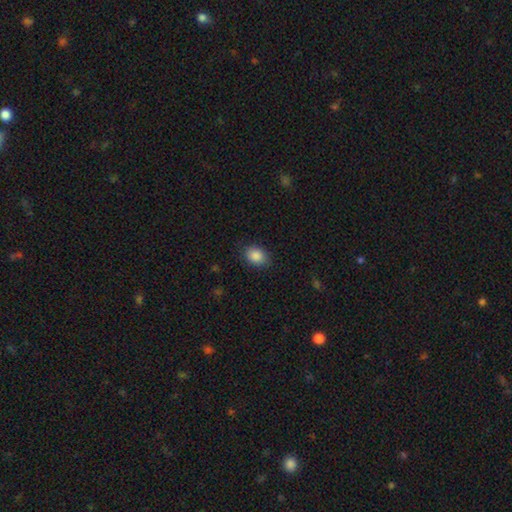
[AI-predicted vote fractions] smooth_or_featured: smooth (p=0.88) [alt: star or artifact p=0.08]
how_rounded: in between (p=0.70) [alt: round p=0.29]
merging: none (p=0.85) [alt: minor disturbance p=0.11]